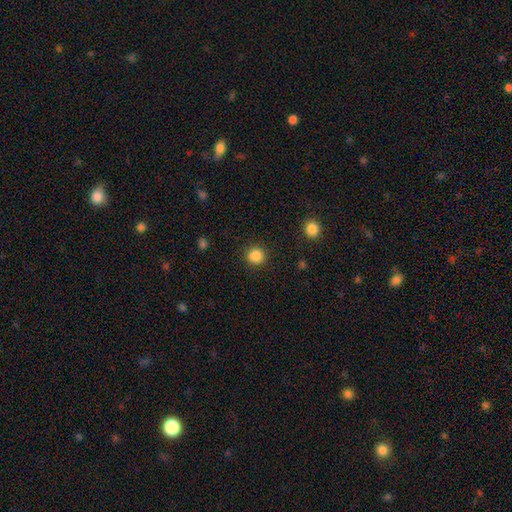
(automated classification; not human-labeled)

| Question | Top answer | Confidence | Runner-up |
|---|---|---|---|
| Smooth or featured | smooth | 87% | star or artifact (10%) |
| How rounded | round | 92% | in between (7%) |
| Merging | none | 90% | minor disturbance (6%) |